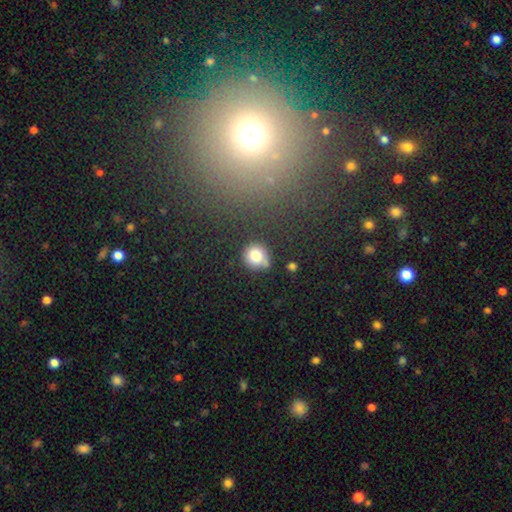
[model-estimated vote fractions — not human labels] Q: Smooth or featured?
A: smooth (79%); runner-up: star or artifact (11%)
Q: How rounded?
A: round (82%); runner-up: in between (17%)
Q: Merging?
A: none (58%); runner-up: minor disturbance (24%)